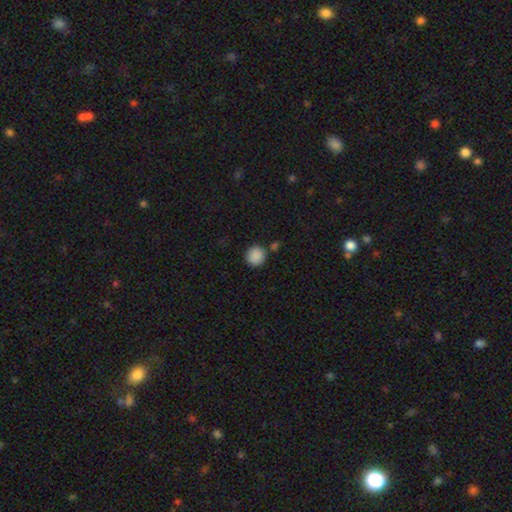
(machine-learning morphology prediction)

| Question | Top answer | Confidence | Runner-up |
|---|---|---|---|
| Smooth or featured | smooth | 89% | star or artifact (9%) |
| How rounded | round | 92% | in between (7%) |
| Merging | none | 80% | merger (9%) |